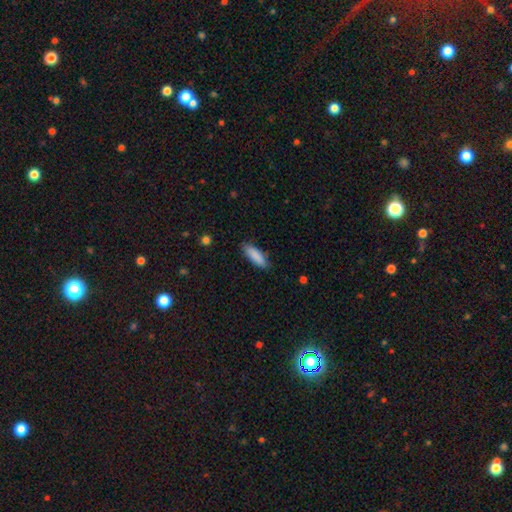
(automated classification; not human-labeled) A smooth galaxy with no disk features (89%) that is in between round and cigar-shaped (58%).

Vote fractions:
- Smooth or featured? smooth: 89% / star or artifact: 6% / featured or disk: 5%
- How rounded? in between: 58% / cigar-shaped: 40% / round: 2%
- Merging? none: 83% / minor disturbance: 13% / major disturbance: 2% / merger: 1%